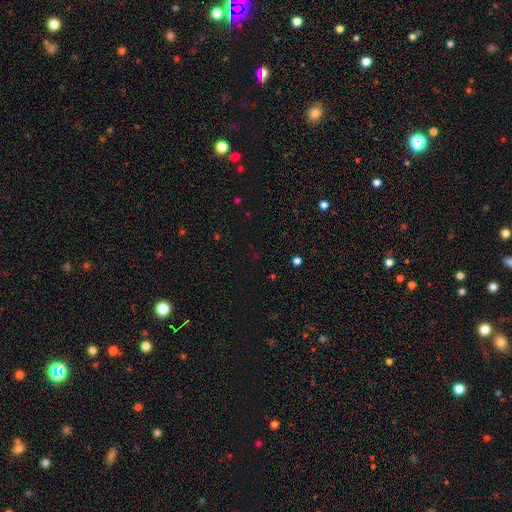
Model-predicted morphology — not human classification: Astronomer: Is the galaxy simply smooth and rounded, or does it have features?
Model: star or artifact — 64%.